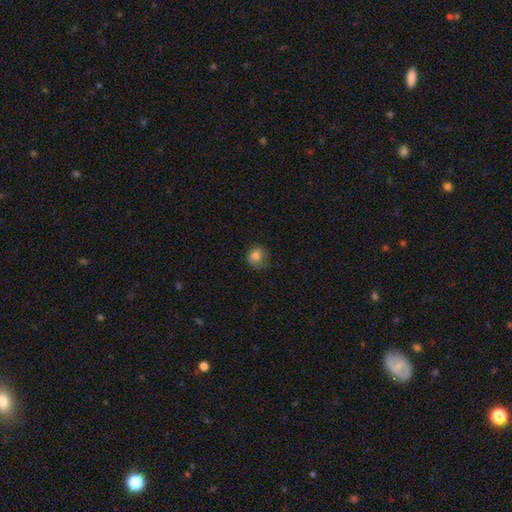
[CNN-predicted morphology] Smooth or featured? Predicted: smooth (p=0.82). How rounded? Predicted: round (p=0.76). Merging? Predicted: none (p=0.70).